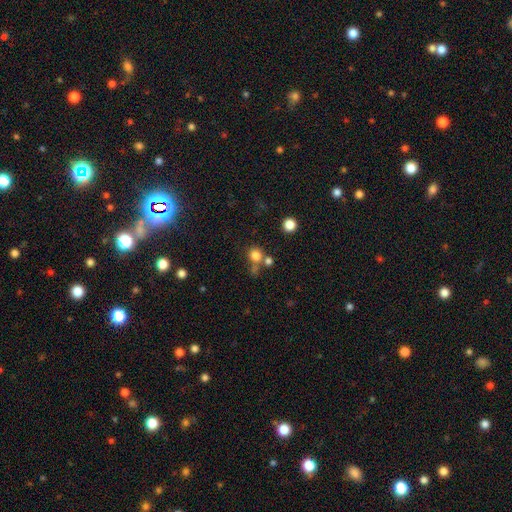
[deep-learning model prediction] Smooth or featured?
  - smooth: 79% *
  - star or artifact: 14%
  - featured or disk: 7%
How rounded?
  - round: 87% *
  - in between: 12%
  - cigar-shaped: 1%
Merging?
  - none: 61% *
  - merger: 25%
  - minor disturbance: 9%
  - major disturbance: 5%